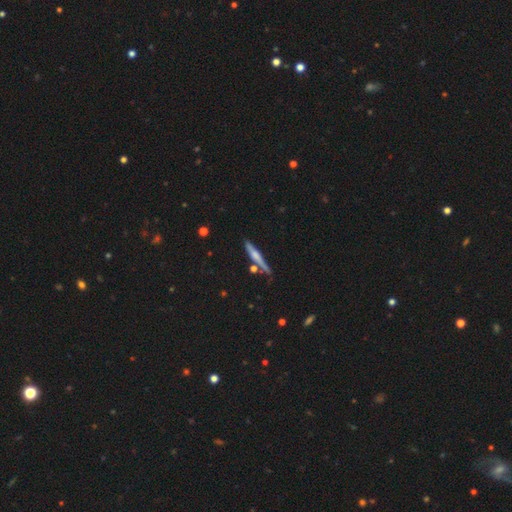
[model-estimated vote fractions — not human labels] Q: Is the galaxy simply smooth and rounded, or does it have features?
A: featured or disk — 50%.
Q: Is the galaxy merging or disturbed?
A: none — 76%.